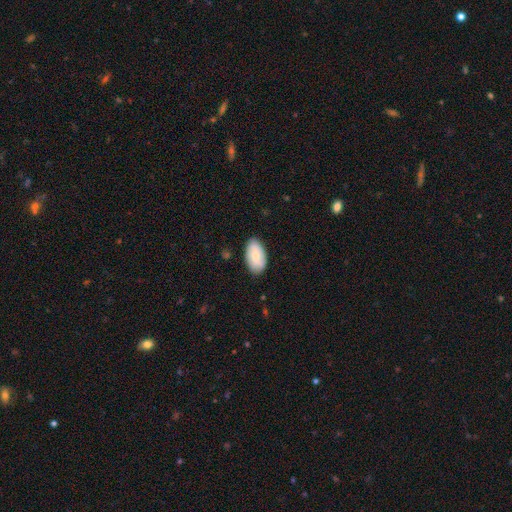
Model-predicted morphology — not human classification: This is likely a smooth galaxy (72%). How rounded: clearly in between (95%). Merging: clearly none (82%).